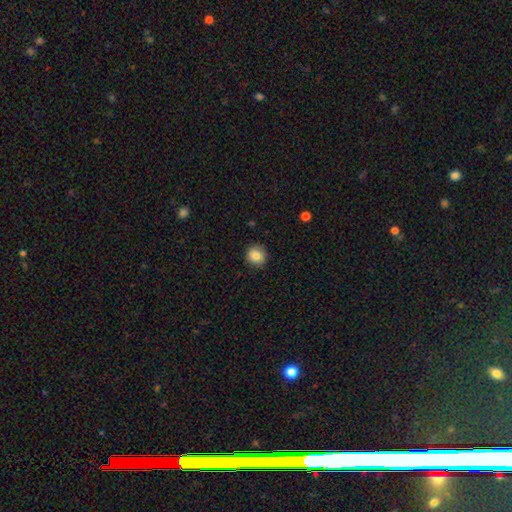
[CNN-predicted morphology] Smooth or featured? Predicted: smooth (p=0.84). How rounded? Predicted: round (p=0.86). Merging? Predicted: none (p=0.86).